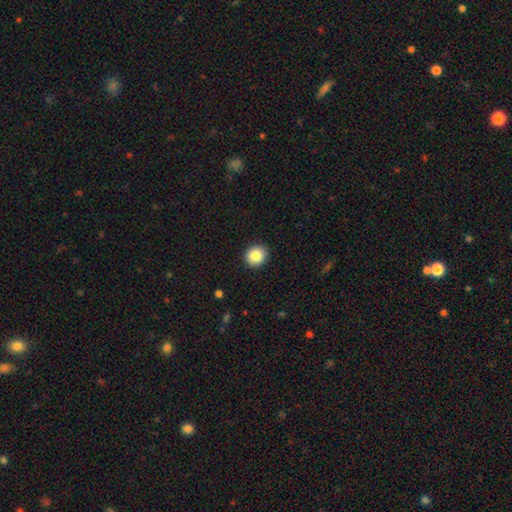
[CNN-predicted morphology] Smooth or featured?
  - smooth: 86% *
  - star or artifact: 9%
  - featured or disk: 5%
How rounded?
  - round: 78% *
  - in between: 21%
  - cigar-shaped: 1%
Merging?
  - none: 91% *
  - minor disturbance: 7%
  - major disturbance: 2%
  - merger: 1%